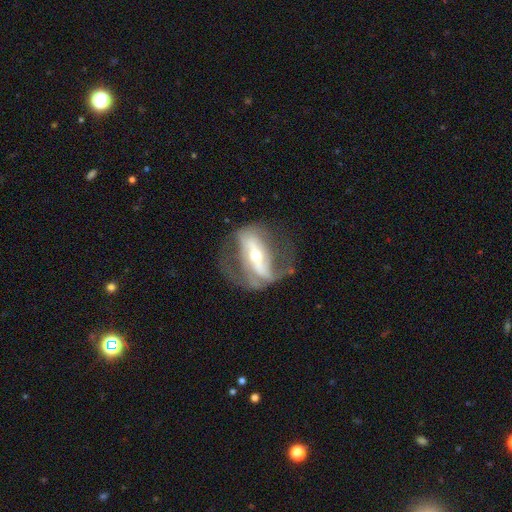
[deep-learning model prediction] The model was most divided on "spiral winding": medium: 40%, loose: 38%, tight: 22%. Remaining: edge-on disk — no (87%); smooth or featured — featured or disk (82%); spiral arm count — 2 (77%); spiral arms — yes (71%); bar — strong (65%); merging — none (50%); bulge size — small (49%).